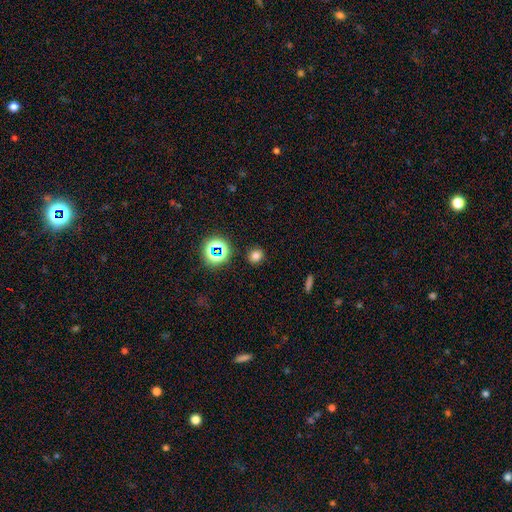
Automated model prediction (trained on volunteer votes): This is likely a smooth galaxy (72%). How rounded: likely round (79%). Merging: clearly none (88%).